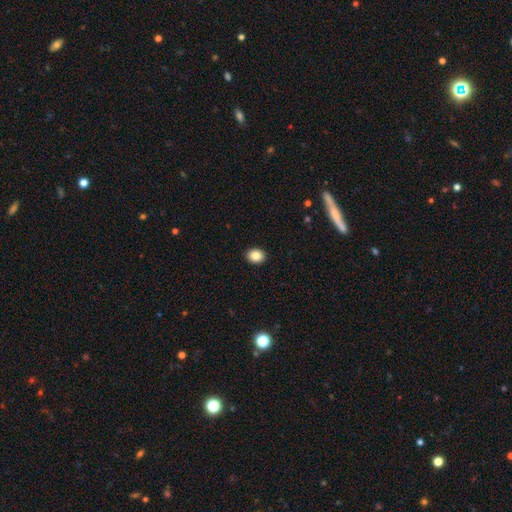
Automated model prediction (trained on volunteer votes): Smooth or featured: smooth — 87% (star or artifact — 9%)
How rounded: in between — 51% (round — 48%)
Merging: none — 91% (minor disturbance — 6%)